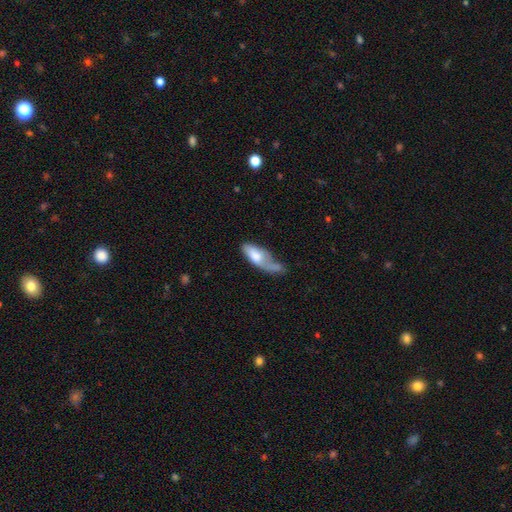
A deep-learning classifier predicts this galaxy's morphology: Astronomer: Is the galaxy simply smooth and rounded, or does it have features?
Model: smooth — 67%.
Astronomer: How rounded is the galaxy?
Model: in between — 75%.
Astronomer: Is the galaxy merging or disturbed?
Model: major disturbance — 37% (runner-up: minor disturbance, 27%).